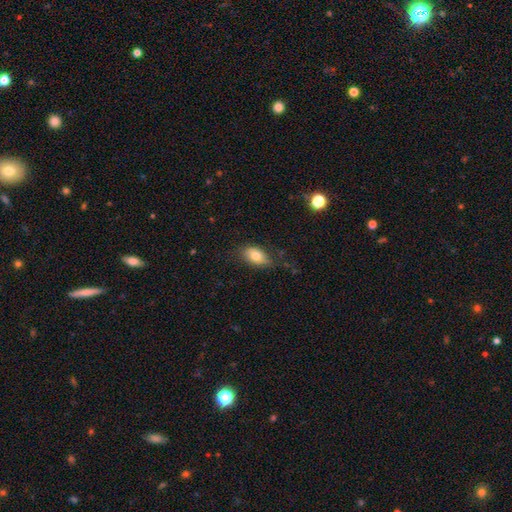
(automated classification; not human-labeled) Smooth or featured? smooth (75%)
How rounded? in between (89%)
Merging? none (70%)